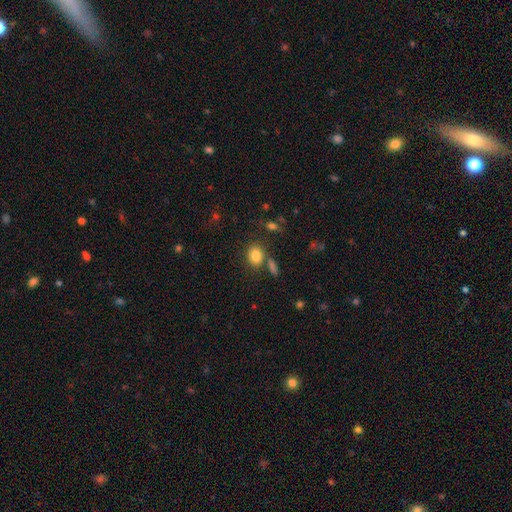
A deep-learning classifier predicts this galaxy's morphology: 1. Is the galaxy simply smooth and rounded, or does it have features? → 84% smooth, 10% star or artifact, 6% featured or disk.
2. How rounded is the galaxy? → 59% in between, 40% round, 1% cigar-shaped.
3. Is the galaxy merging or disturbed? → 70% none, 14% merger, 12% minor disturbance, 5% major disturbance.